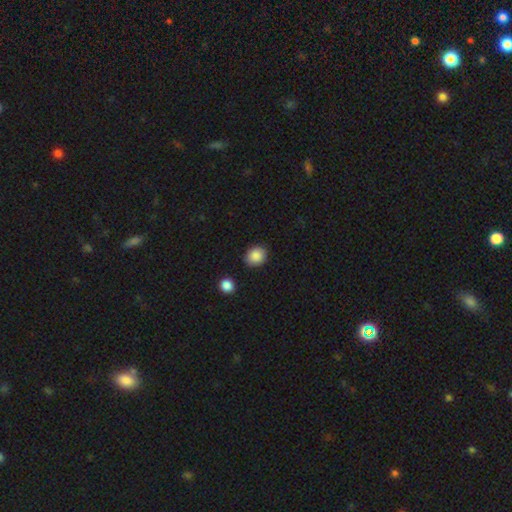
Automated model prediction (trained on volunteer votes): Smooth or featured? smooth (87%)
How rounded? round (64%)
Merging? none (87%)